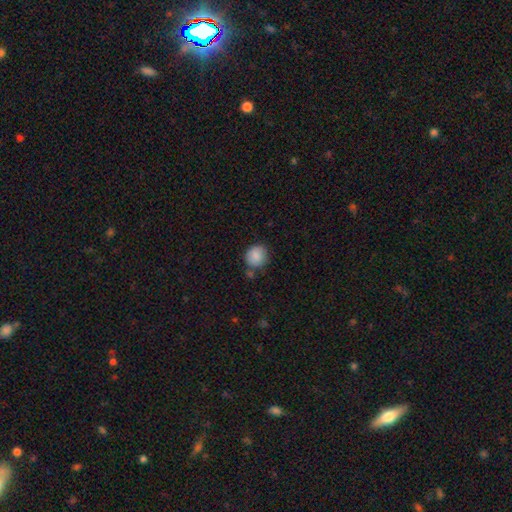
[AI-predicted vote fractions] A smooth galaxy with no disk features (85%) that is round (85%).

Vote fractions:
- Smooth or featured? smooth: 85% / star or artifact: 8% / featured or disk: 7%
- How rounded? round: 85% / in between: 14% / cigar-shaped: 1%
- Merging? none: 72% / minor disturbance: 16% / merger: 8% / major disturbance: 4%